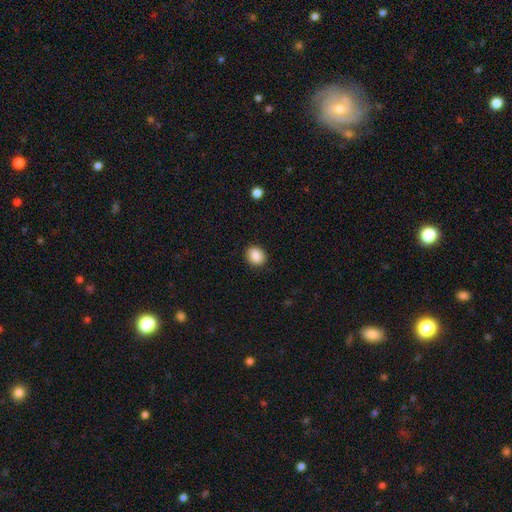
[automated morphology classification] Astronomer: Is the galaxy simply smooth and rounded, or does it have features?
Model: smooth — 88%.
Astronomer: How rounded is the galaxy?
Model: round — 55% (runner-up: in between, 44%).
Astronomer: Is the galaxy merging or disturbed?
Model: none — 89%.